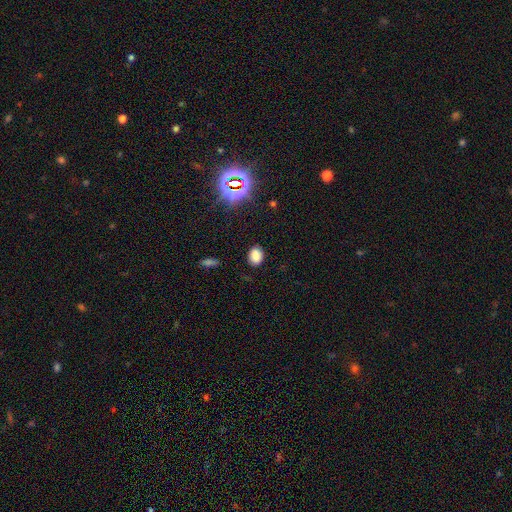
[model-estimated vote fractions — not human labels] A smooth galaxy with no disk features (80%) that is in between round and cigar-shaped (66%). Merging: none (85%).